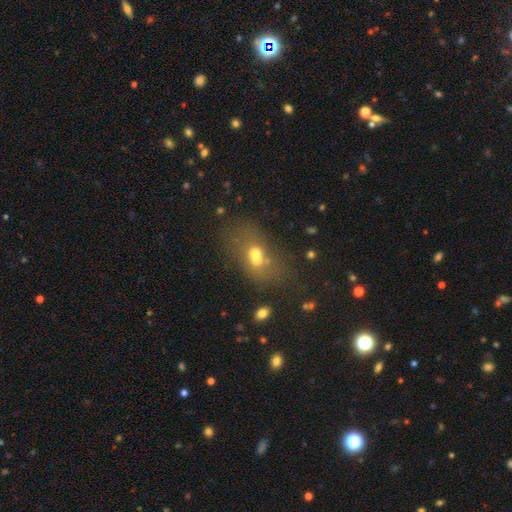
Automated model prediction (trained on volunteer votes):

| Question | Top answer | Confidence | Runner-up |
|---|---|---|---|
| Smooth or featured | smooth | 59% | featured or disk (25%) |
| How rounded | in between | 79% | round (15%) |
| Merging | none | 50% | merger (18%) |